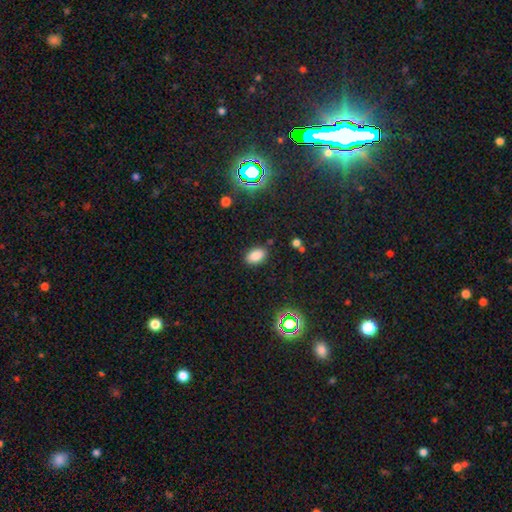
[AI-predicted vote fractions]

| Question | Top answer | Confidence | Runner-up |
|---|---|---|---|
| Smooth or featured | smooth | 82% | star or artifact (12%) |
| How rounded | in between | 90% | round (8%) |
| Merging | none | 85% | minor disturbance (10%) |